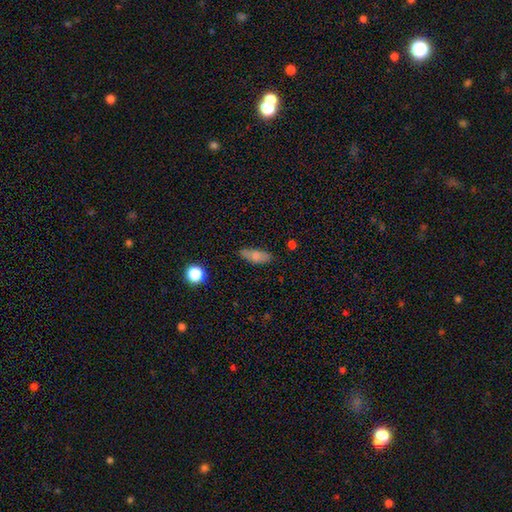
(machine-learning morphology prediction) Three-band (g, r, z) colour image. It shows a smooth galaxy with no disk features (78%) that is in between round and cigar-shaped (73%). Merging: none (73%).